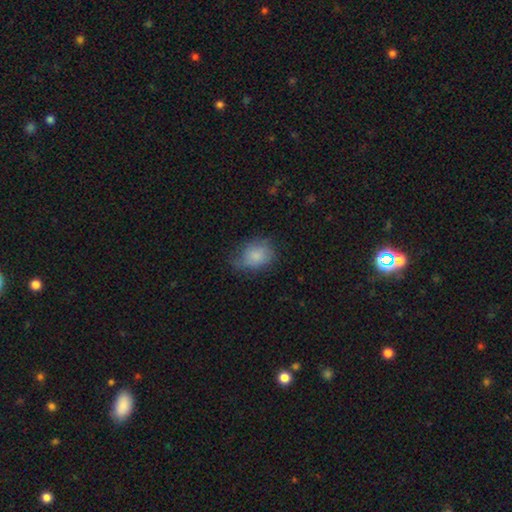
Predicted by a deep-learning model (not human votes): Morphology: type=smooth (80%); roundness=in between (59%); merging=none (55%).